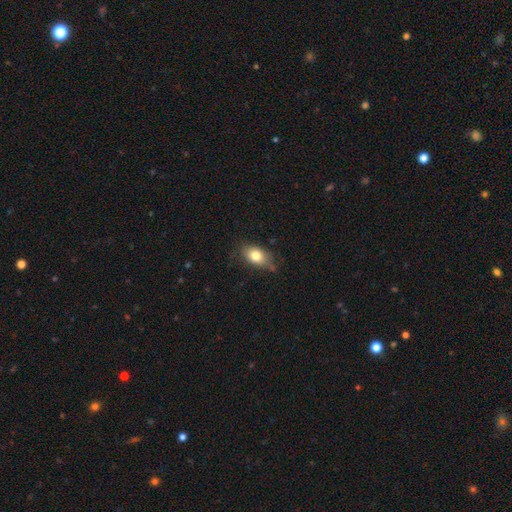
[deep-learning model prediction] smooth_or_featured: smooth (p=0.78) [alt: featured or disk p=0.13]
how_rounded: in between (p=0.82) [alt: round p=0.15]
merging: none (p=0.66) [alt: minor disturbance p=0.27]